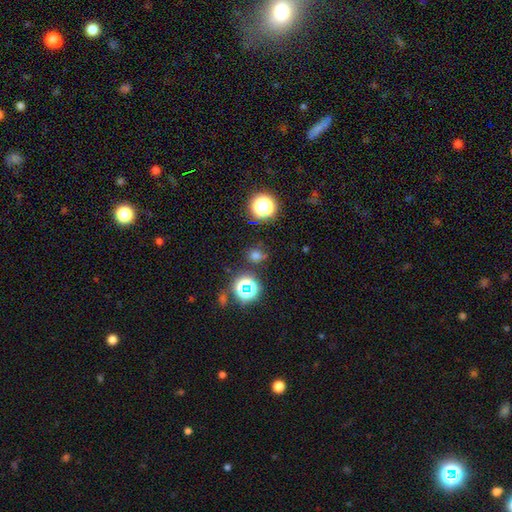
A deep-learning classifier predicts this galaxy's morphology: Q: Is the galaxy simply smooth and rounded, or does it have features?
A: smooth — 61%.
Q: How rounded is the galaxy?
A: round — 76%.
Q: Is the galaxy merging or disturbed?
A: none — 77%.